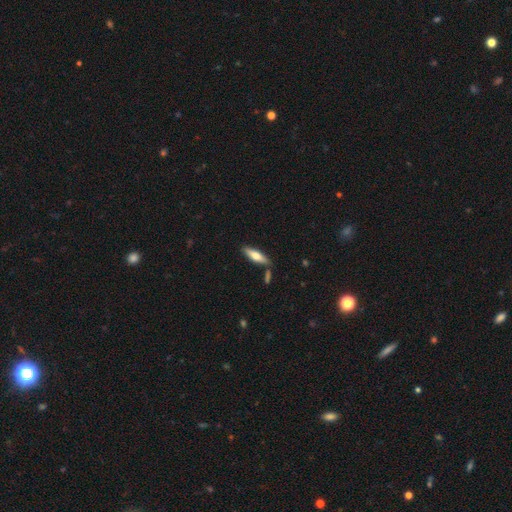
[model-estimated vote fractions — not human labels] A smooth galaxy with no disk features (60%) that is cigar-shaped (61%).

Vote fractions:
- Smooth or featured? smooth: 60% / featured or disk: 34% / star or artifact: 6%
- How rounded? cigar-shaped: 61% / in between: 38% / round: 2%
- Merging? none: 80% / minor disturbance: 12% / merger: 6% / major disturbance: 3%